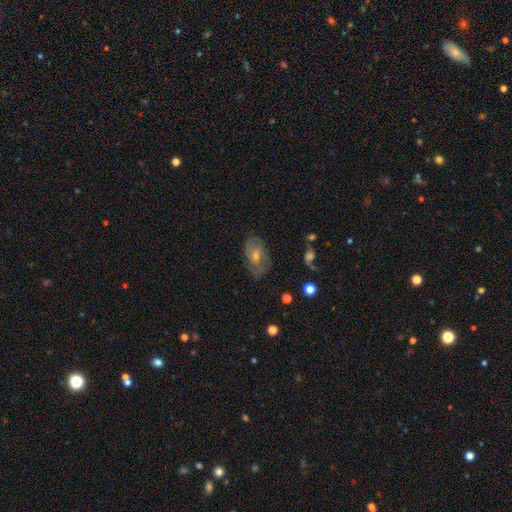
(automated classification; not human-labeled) A featured or disk galaxy (55%) with no bar (69%), spiral arms (72%) and a moderate central bulge (49%). Merging: none (71%).